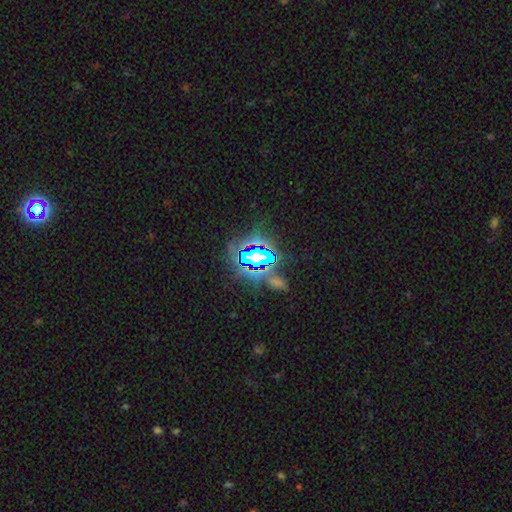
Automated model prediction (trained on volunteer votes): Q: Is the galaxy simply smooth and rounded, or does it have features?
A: star or artifact — 71%.